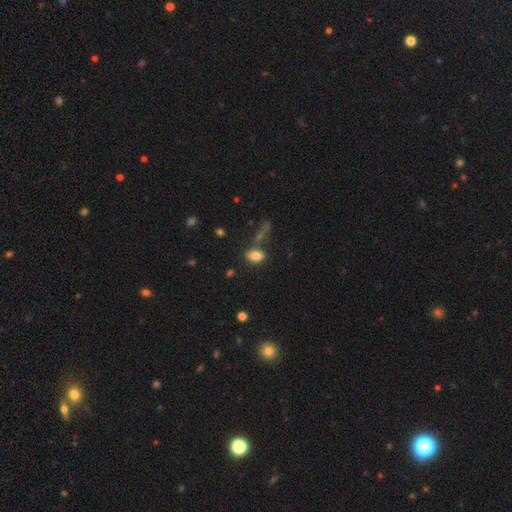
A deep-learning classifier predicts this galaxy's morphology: Overall: smooth (81%). How rounded: in between (86%). Merging: none (64%).